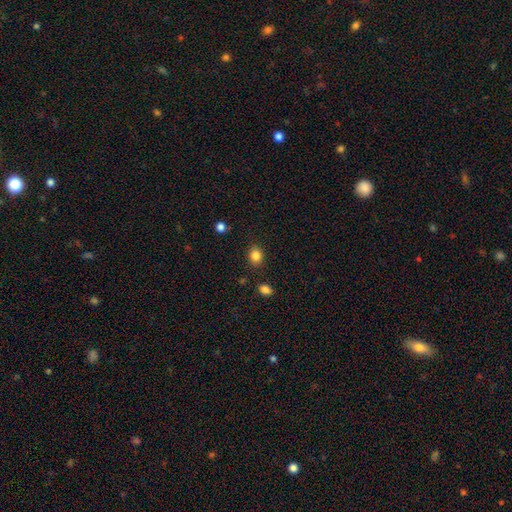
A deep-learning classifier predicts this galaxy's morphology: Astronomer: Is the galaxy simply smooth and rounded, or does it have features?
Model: smooth — 85%.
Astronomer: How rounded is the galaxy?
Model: round — 58% (runner-up: in between, 41%).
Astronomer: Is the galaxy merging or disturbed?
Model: none — 85%.